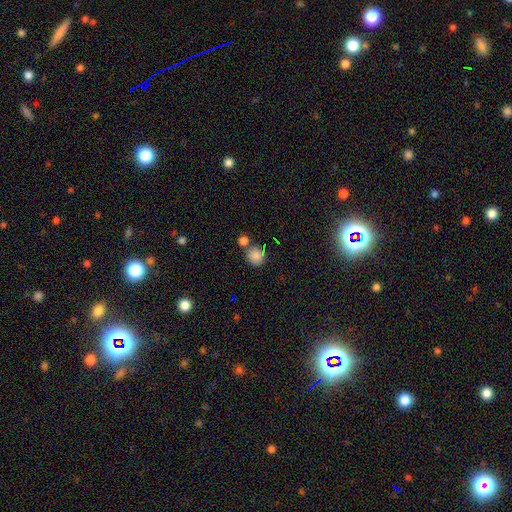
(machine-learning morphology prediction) This is clearly a smooth galaxy (84%). How rounded: clearly round (85%). Merging: likely none (65%).